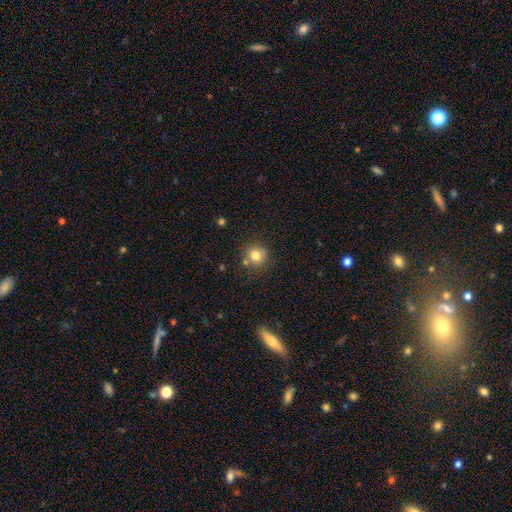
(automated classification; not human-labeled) smooth-or-featured: smooth: 78% | star or artifact: 13% | featured or disk: 9%
  how-rounded: round: 90% | in between: 9% | cigar-shaped: 1%
  merging: none: 74% | minor disturbance: 12% | merger: 11% | major disturbance: 3%